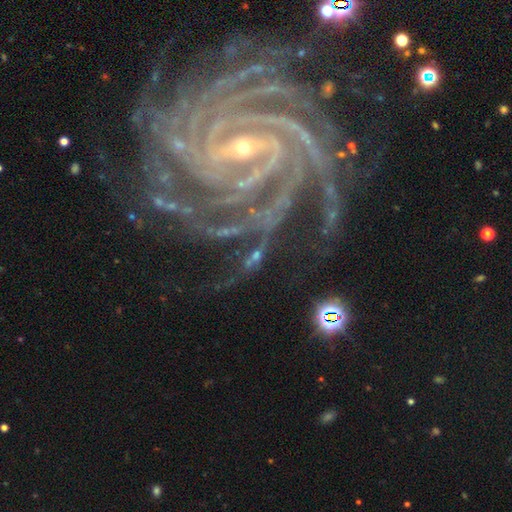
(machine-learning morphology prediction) The model was most divided on "bar" (2-way tie): strong: 36%, no: 36%, weak: 29%. More confident: spiral arms — yes (89%); edge-on disk — no (89%); smooth or featured — featured or disk (63%); merging — none (59%); bulge size — small (56%).